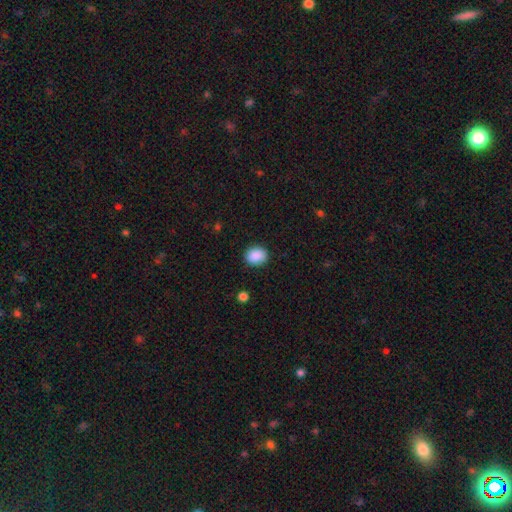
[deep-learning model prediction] Morphology: type=smooth (89%); roundness=round (58%); merging=none (88%).